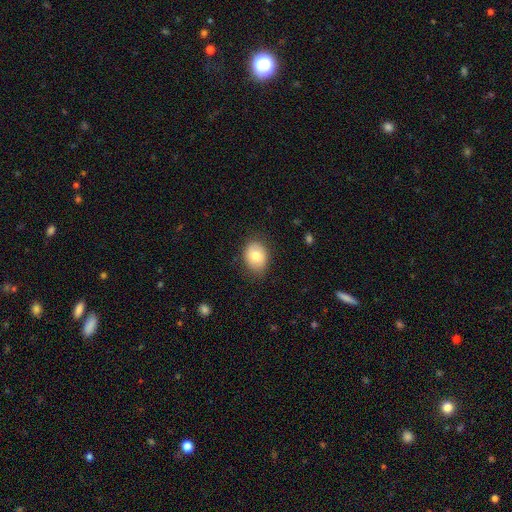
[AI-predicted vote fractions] Smooth or featured?
  - smooth: 79% *
  - featured or disk: 13%
  - star or artifact: 8%
How rounded?
  - in between: 61% *
  - round: 38%
  - cigar-shaped: 1%
Merging?
  - none: 81% *
  - minor disturbance: 15%
  - major disturbance: 3%
  - merger: 1%